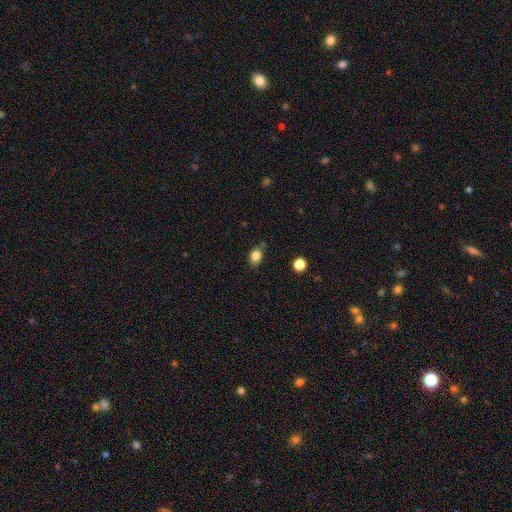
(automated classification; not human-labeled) The model was most divided on "how rounded": in between: 69%, round: 30%, cigar-shaped: 1%. More confident: smooth or featured — smooth (83%); merging — none (73%).